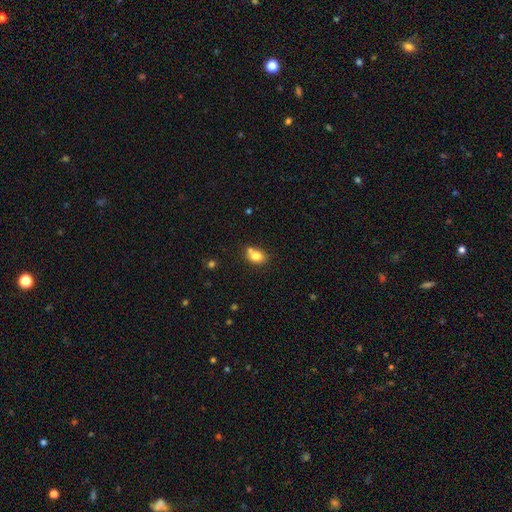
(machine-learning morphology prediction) Q: Smooth or featured?
A: smooth (79%); runner-up: featured or disk (11%)
Q: How rounded?
A: in between (61%); runner-up: round (38%)
Q: Merging?
A: none (50%); runner-up: merger (30%)